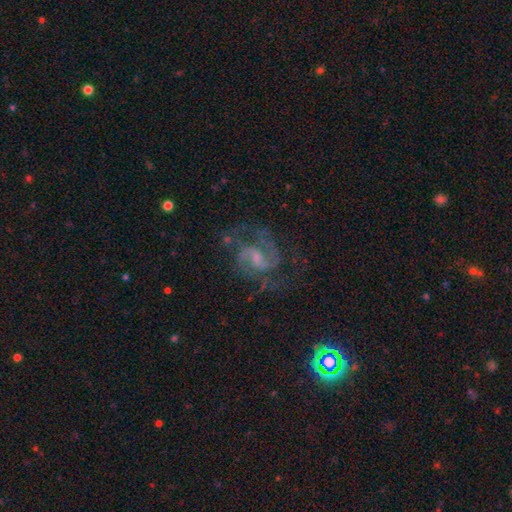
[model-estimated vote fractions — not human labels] Smooth or featured: featured or disk — 82% (star or artifact — 12%)
Edge-on disk: no — 98% (yes — 2%)
Bar: weak — 55% (no — 26%)
Spiral arms: yes — 96% (no — 4%)
Spiral winding: medium — 56% (tight — 28%)
Spiral arm count: 2 — 75% (can't tell — 9%)
Bulge size: small — 54% (moderate — 28%)
Merging: none — 71% (minor disturbance — 15%)